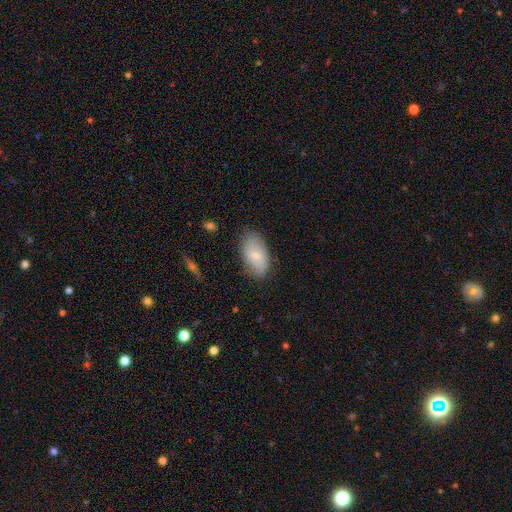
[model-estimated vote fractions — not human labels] smooth_or_featured: smooth (p=0.73) [alt: featured or disk p=0.20]
how_rounded: in between (p=0.94) [alt: round p=0.04]
merging: none (p=0.77) [alt: minor disturbance p=0.18]